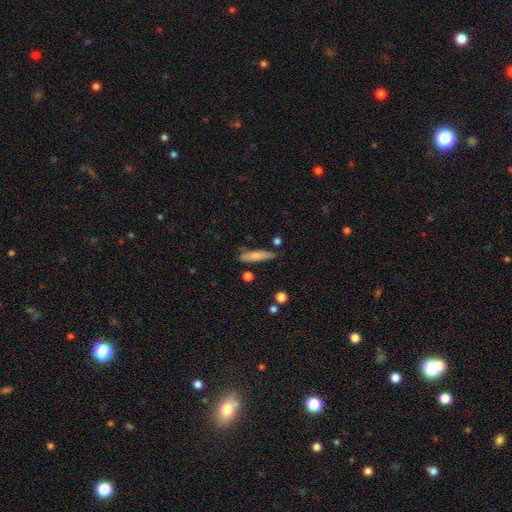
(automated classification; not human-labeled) Smooth or featured?
  - smooth: 78% *
  - featured or disk: 16%
  - star or artifact: 7%
How rounded?
  - cigar-shaped: 76% *
  - in between: 22%
  - round: 2%
Merging?
  - none: 71% *
  - minor disturbance: 20%
  - merger: 5%
  - major disturbance: 4%